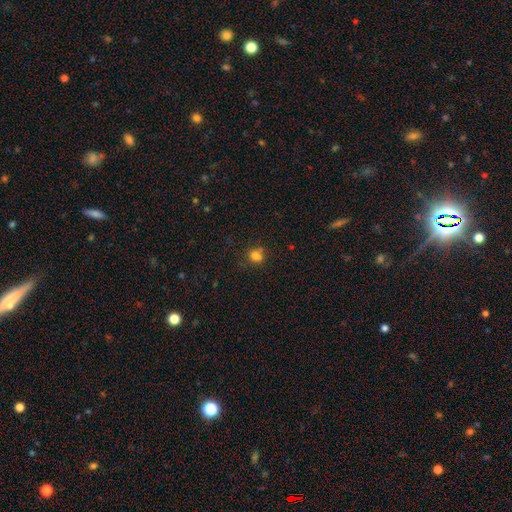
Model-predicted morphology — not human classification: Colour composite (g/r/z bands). It shows a smooth galaxy with no disk features (77%) that is round (74%). Merging: none (61%).